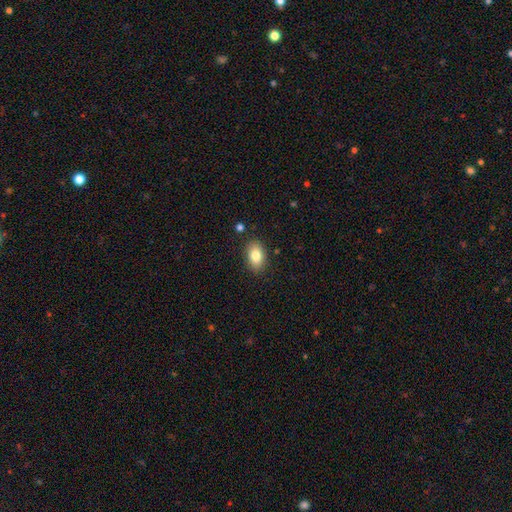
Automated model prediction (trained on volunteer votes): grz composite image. It shows a smooth galaxy with no disk features (82%) that is in between round and cigar-shaped (88%). Merging: none (86%).